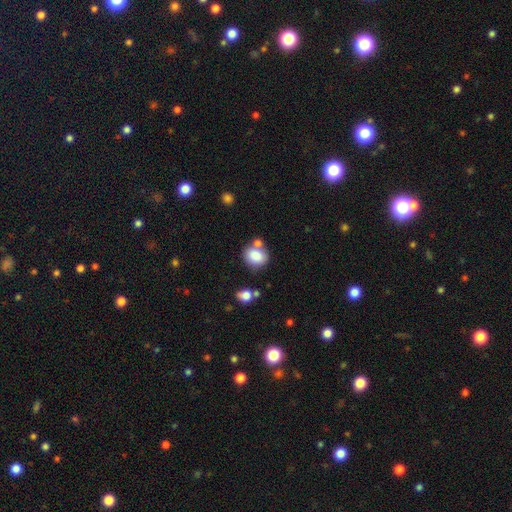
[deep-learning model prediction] smooth-or-featured: smooth: 83% | star or artifact: 9% | featured or disk: 8%
  how-rounded: round: 57% | in between: 42% | cigar-shaped: 1%
  merging: none: 56% | merger: 25% | minor disturbance: 14% | major disturbance: 5%